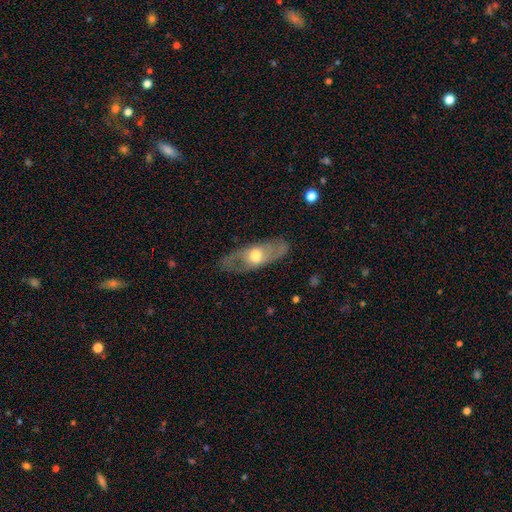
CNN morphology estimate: Smooth or featured? featured or disk (55%)
Edge-on disk? no (73%)
Merging? none (78%)